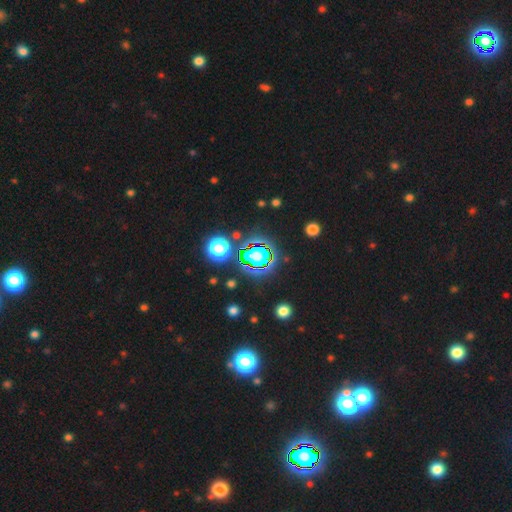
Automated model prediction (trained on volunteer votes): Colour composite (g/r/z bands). It shows a star or artifact, not a galaxy (81%).